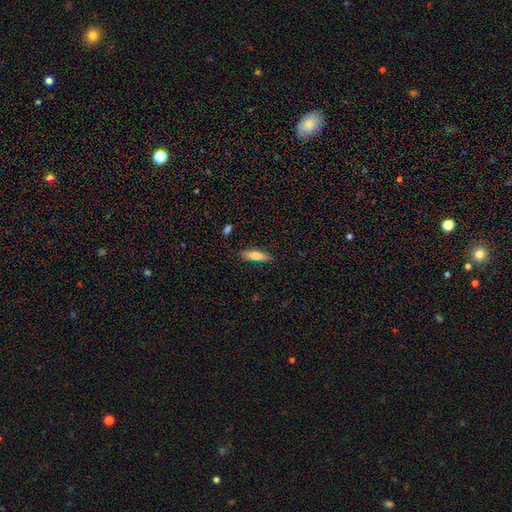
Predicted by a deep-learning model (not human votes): smooth-or-featured: smooth: 74% | featured or disk: 20% | star or artifact: 6%
  how-rounded: cigar-shaped: 54% | in between: 44% | round: 2%
  merging: none: 83% | minor disturbance: 13% | major disturbance: 3% | merger: 2%